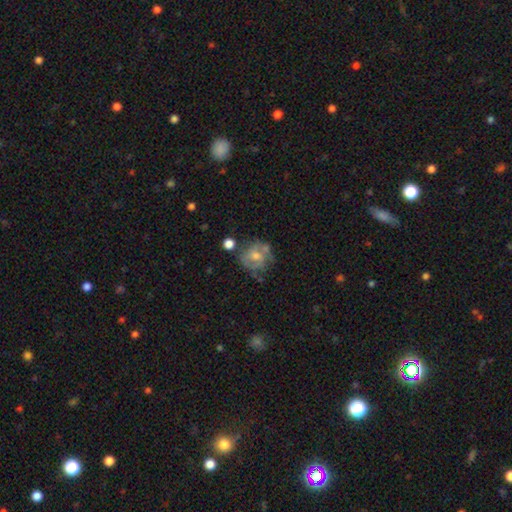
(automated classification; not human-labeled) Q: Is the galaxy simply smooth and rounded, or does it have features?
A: featured or disk — 55%.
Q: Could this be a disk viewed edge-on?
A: no — 97%.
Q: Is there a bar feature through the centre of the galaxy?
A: no — 69%.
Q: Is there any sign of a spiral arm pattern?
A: yes — 55%.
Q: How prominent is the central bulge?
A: moderate — 58%.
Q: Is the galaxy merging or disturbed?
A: none — 58%.